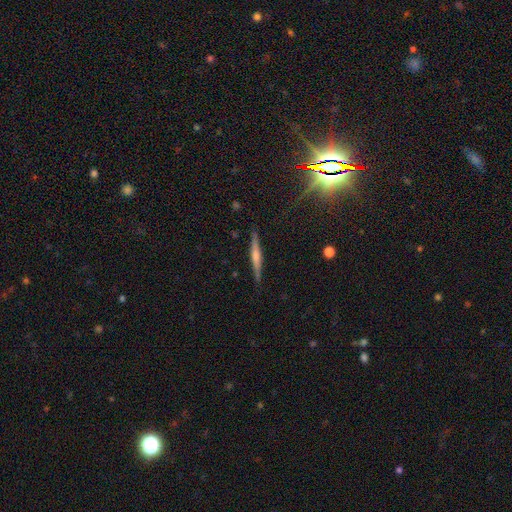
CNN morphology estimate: featured or disk 65%, smooth 26%, star or artifact 10%. Down the decision tree: edge-on disk — yes (98%); edge-on bulge — rounded (62%); merging — none (90%).